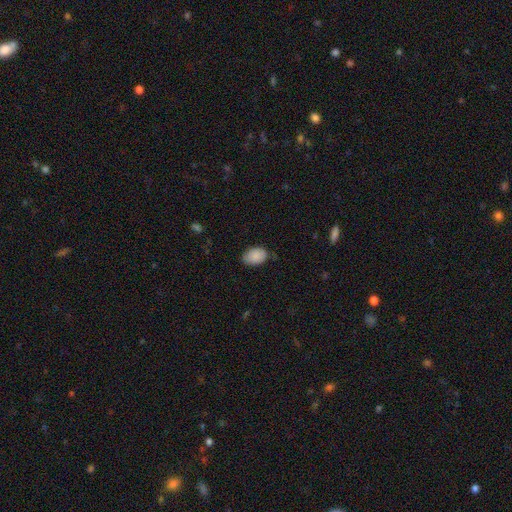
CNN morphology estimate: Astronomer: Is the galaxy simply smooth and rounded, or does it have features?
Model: smooth — 88%.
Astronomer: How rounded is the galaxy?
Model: in between — 88%.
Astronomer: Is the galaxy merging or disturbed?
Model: none — 75%.